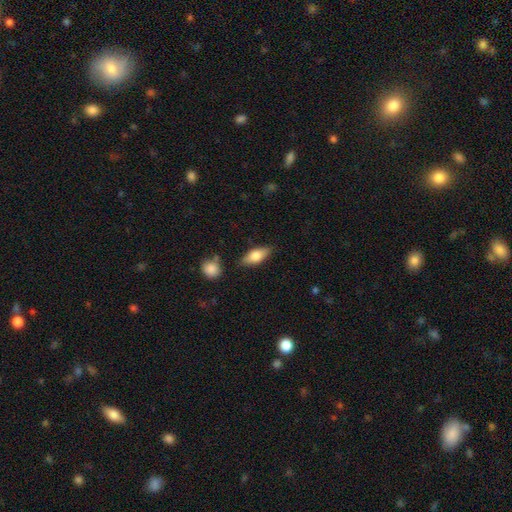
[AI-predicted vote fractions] Overall: smooth (70%). How rounded: in between (77%). Merging: none (82%).